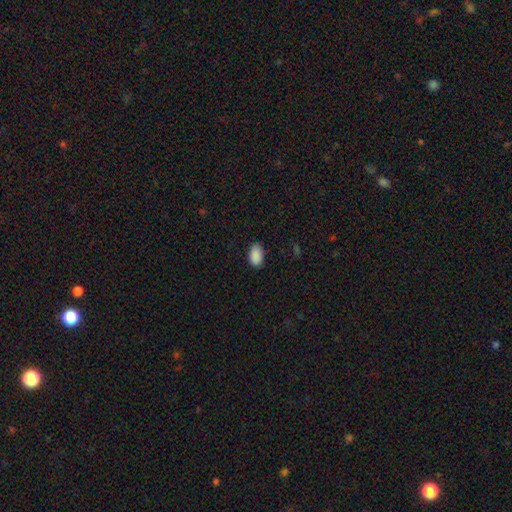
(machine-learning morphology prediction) Q: Smooth or featured?
A: smooth (90%); runner-up: star or artifact (8%)
Q: How rounded?
A: in between (92%); runner-up: round (7%)
Q: Merging?
A: none (83%); runner-up: minor disturbance (14%)